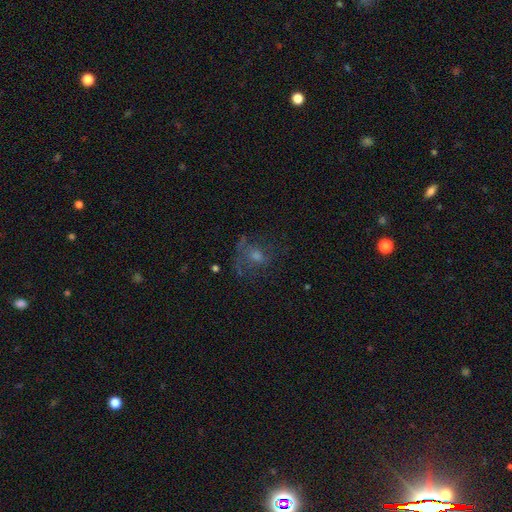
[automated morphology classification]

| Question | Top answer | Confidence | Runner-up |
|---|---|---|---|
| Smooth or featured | featured or disk | 40% | smooth (32%) |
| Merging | none | 56% | major disturbance (23%) |